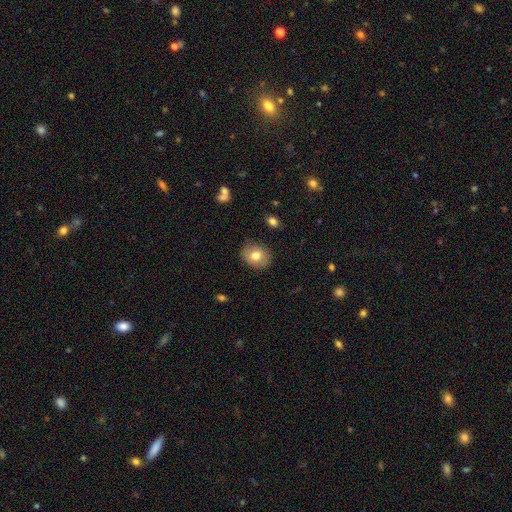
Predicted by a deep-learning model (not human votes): Q: Smooth or featured?
A: smooth (76%); runner-up: featured or disk (15%)
Q: How rounded?
A: round (58%); runner-up: in between (41%)
Q: Merging?
A: none (85%); runner-up: minor disturbance (11%)